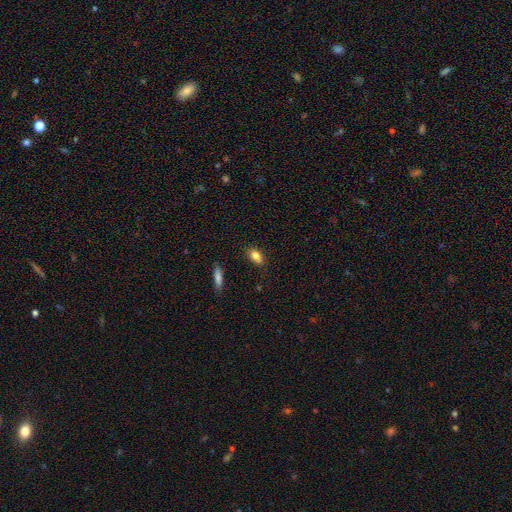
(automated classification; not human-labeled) Smooth or featured: smooth — 80% (featured or disk — 11%)
How rounded: in between — 83% (round — 9%)
Merging: none — 79% (minor disturbance — 16%)